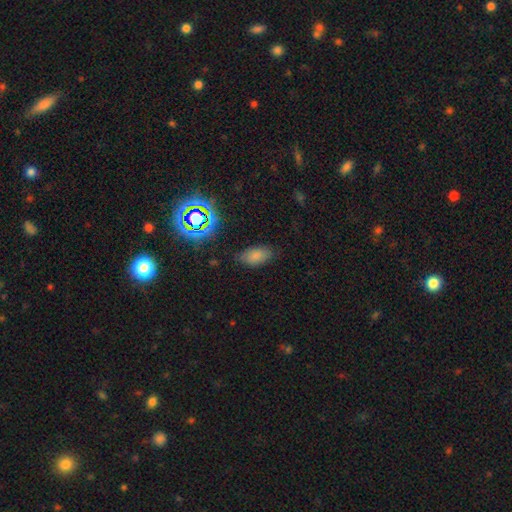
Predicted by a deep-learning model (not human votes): Smooth or featured?
  - smooth: 75% *
  - star or artifact: 17%
  - featured or disk: 8%
How rounded?
  - in between: 92% *
  - round: 5%
  - cigar-shaped: 4%
Merging?
  - none: 78% *
  - minor disturbance: 16%
  - major disturbance: 4%
  - merger: 1%